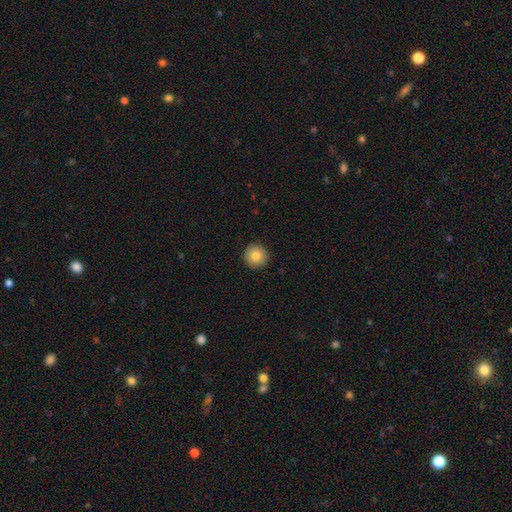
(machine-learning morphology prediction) Smooth or featured: smooth — 83% (featured or disk — 9%)
How rounded: round — 95% (in between — 4%)
Merging: none — 92% (minor disturbance — 5%)